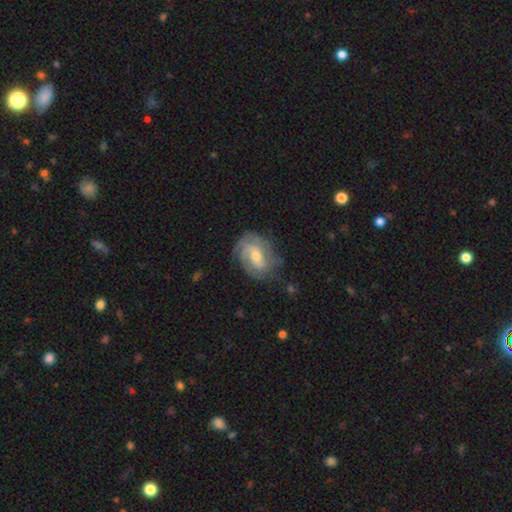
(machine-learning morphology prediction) A featured or disk galaxy (79%) with a weak bar (46%), 2 (31%) tight (50%) spiral arms (92%) and a moderate central bulge (56%).

Vote fractions:
- Smooth or featured? featured or disk: 79% / smooth: 16% / star or artifact: 6%
- Edge-on disk? no: 97% / yes: 3%
- Bar? weak: 46% / no: 40% / strong: 14%
- Spiral arms? yes: 92% / no: 8%
- Spiral winding? tight: 50% / medium: 37% / loose: 13%
- Spiral arm count? 2: 31% / 3: 27% / can't tell: 27% / 4: 7% / 1: 5% / more than 4: 4%
- Bulge size? moderate: 56% / small: 39% / large: 3% / none: 1% / dominant: 1%
- Merging? none: 69% / minor disturbance: 21% / major disturbance: 9% / merger: 1%